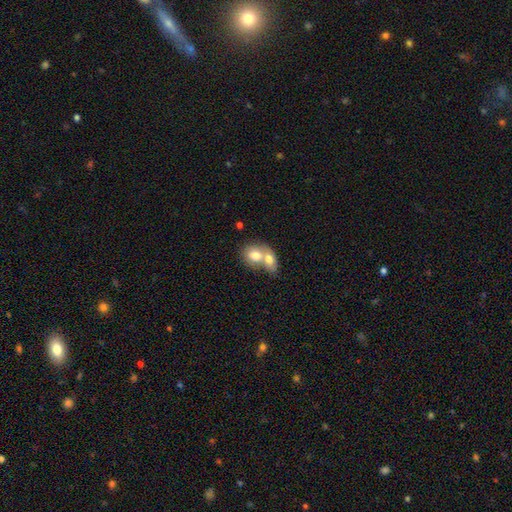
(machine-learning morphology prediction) A smooth galaxy with no disk features (71%) that is in between round and cigar-shaped (53%). Merging: merger (77%).